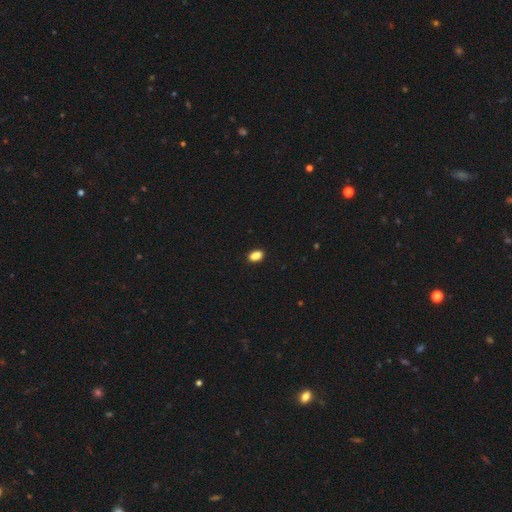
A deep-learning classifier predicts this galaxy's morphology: This appears to be a smooth galaxy with no disk features (87%) that is in between round and cigar-shaped (88%). Merging: none (89%).